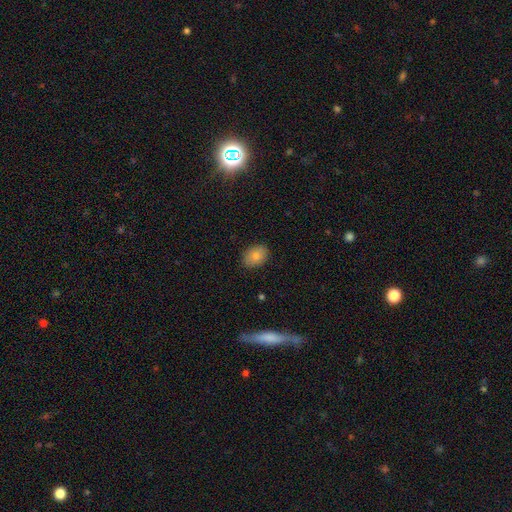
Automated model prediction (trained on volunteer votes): Morphology: type=smooth (78%); roundness=in between (76%); merging=none (87%).